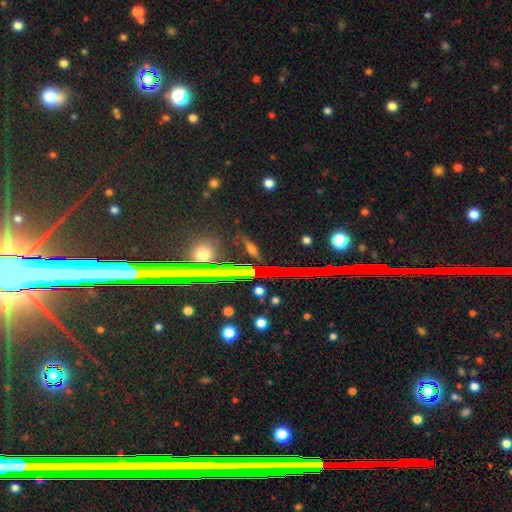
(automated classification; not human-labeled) Smooth or featured? star or artifact (79%)